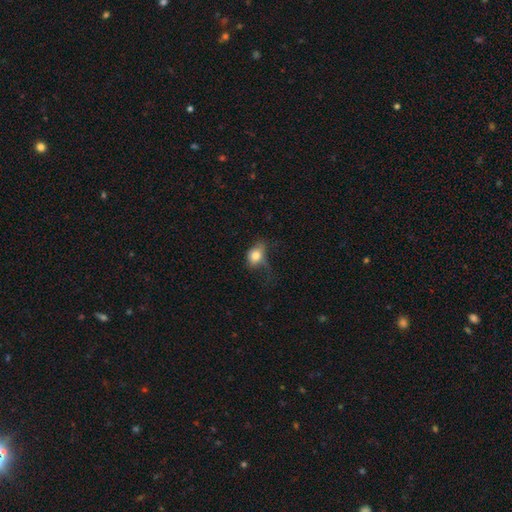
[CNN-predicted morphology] Smooth or featured? smooth (76%)
How rounded? in between (66%)
Merging? major disturbance (38%)